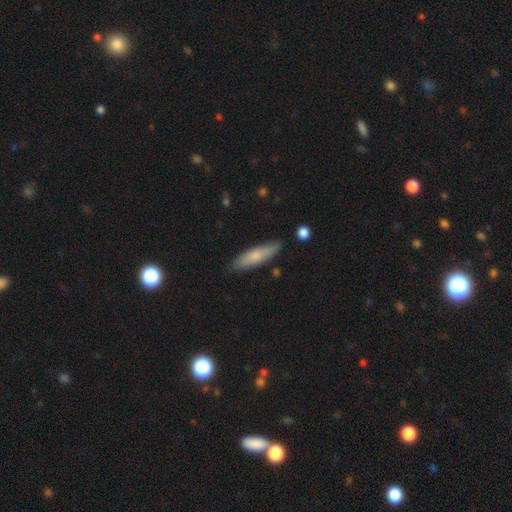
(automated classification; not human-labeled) This appears to be a smooth galaxy with no disk features (71%) that is cigar-shaped (70%). Merging: none (84%).